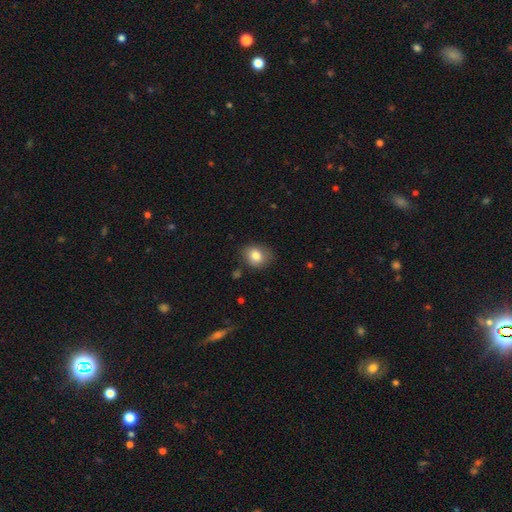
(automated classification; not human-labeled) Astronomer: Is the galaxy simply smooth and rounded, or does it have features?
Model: smooth — 82%.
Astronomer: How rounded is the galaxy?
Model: round — 54% (runner-up: in between, 45%).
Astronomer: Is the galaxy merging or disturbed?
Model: none — 78%.